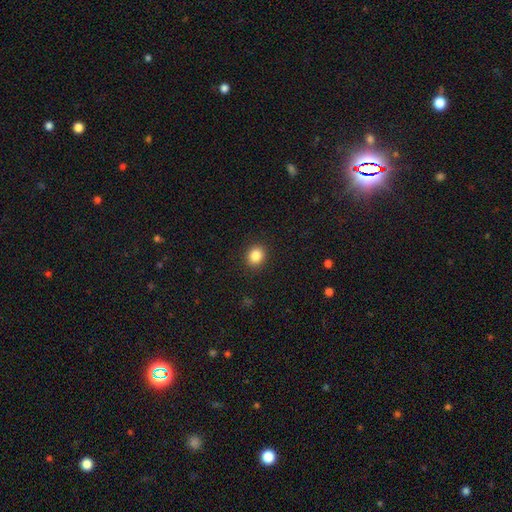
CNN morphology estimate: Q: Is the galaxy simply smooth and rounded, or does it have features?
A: smooth — 86%.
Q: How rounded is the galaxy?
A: round — 72%.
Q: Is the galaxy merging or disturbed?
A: none — 90%.